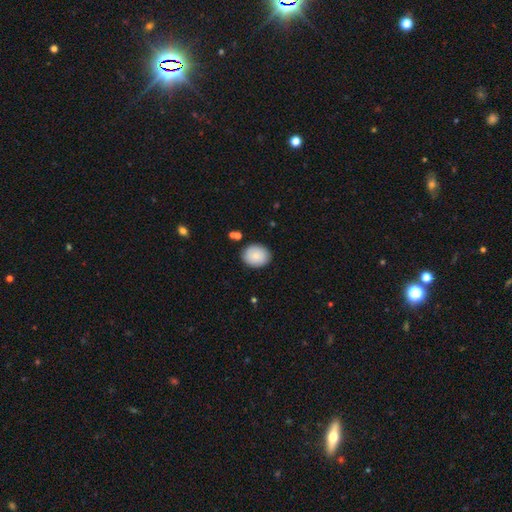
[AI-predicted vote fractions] This appears to be a smooth galaxy with no disk features (85%) that is round (53%). Merging: none (85%).